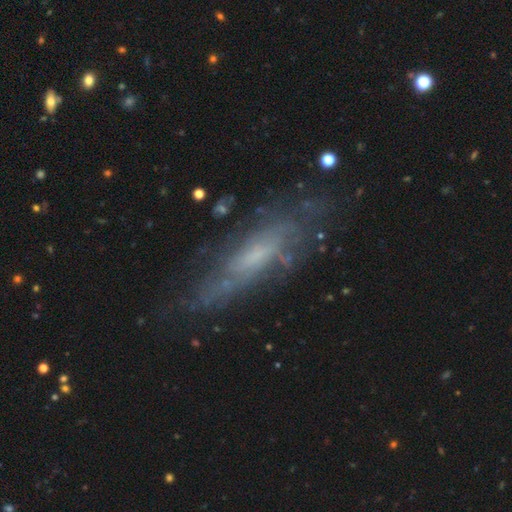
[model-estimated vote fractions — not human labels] A featured or disk galaxy (67%).

Vote fractions:
- Smooth or featured? featured or disk: 67% / smooth: 24% / star or artifact: 9%
- Edge-on disk? no: 68% / yes: 32%
- Merging? none: 71% / minor disturbance: 19% / major disturbance: 8% / merger: 2%